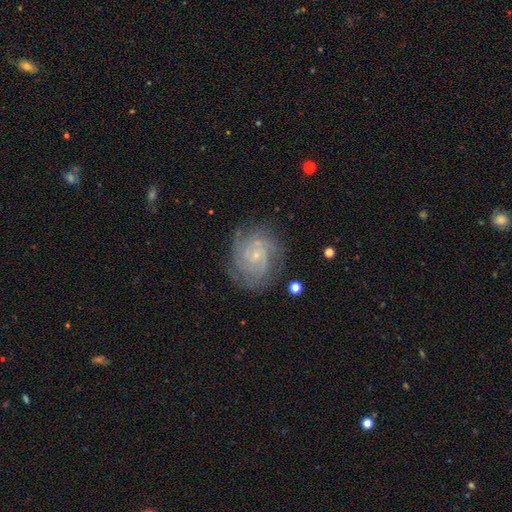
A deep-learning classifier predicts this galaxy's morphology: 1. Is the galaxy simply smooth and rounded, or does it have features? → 87% featured or disk, 7% smooth, 7% star or artifact.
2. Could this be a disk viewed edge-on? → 98% no, 2% yes.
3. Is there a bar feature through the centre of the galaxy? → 65% no, 29% weak, 6% strong.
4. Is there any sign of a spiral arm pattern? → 98% yes, 2% no.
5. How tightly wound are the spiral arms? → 68% tight, 28% medium, 4% loose.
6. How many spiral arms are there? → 26% 3 (tied), 26% 2 (tied), 20% can't tell, 16% 4, 7% more than 4, 6% 1.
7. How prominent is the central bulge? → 83% small, 11% moderate, 4% none, 1% large, 1% dominant.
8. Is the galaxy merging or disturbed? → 77% none, 16% minor disturbance, 6% major disturbance, 2% merger.